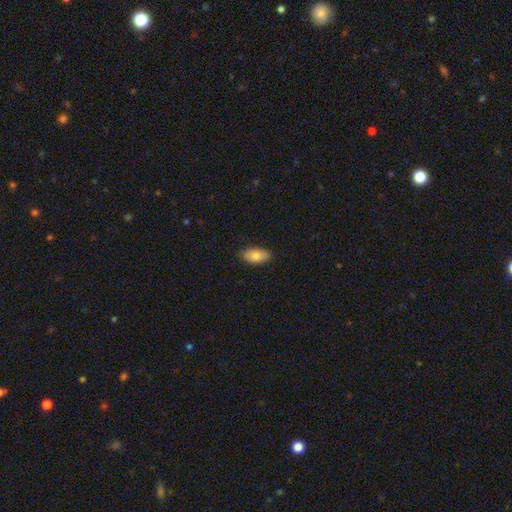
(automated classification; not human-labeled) Morphology: type=smooth (80%); roundness=in between (92%); merging=none (85%).